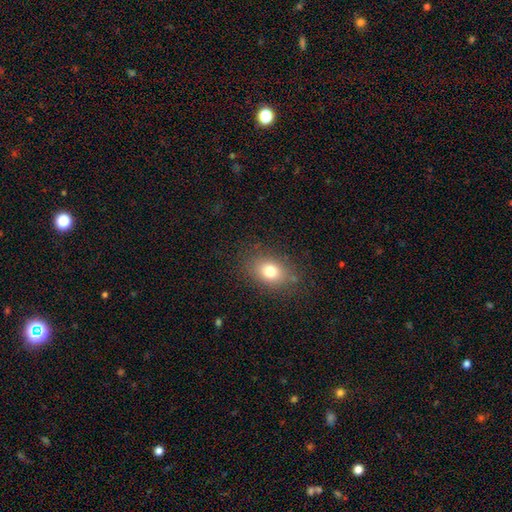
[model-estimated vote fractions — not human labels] smooth-or-featured: smooth: 73% | star or artifact: 17% | featured or disk: 10%
  how-rounded: in between: 67% | round: 31% | cigar-shaped: 2%
  merging: none: 88% | minor disturbance: 9% | major disturbance: 2% | merger: 1%